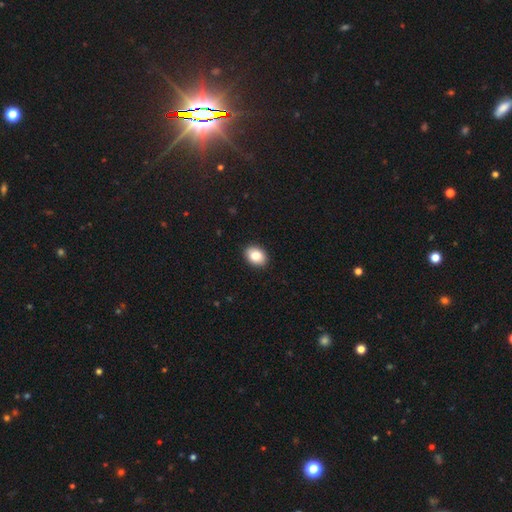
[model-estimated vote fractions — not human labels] Morphology: type=smooth (83%); roundness=in between (69%); merging=none (91%).